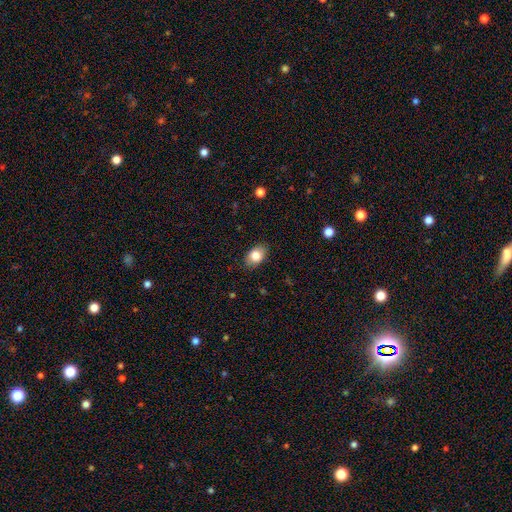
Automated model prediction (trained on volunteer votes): Smooth or featured? Predicted: smooth (p=0.83). How rounded? Predicted: in between (p=0.82). Merging? Predicted: none (p=0.84).